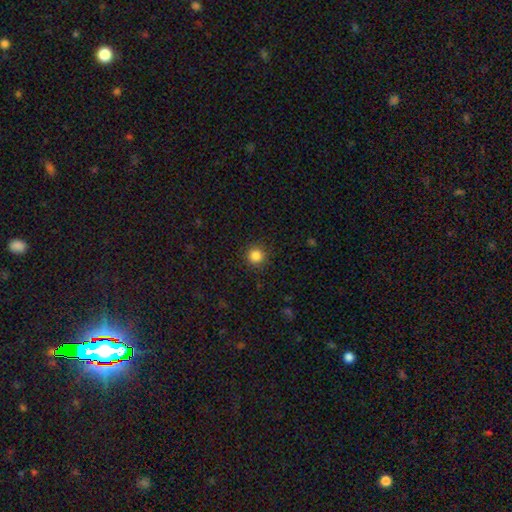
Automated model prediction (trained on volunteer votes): A smooth galaxy with no disk features (85%) that is round (95%).

Vote fractions:
- Smooth or featured? smooth: 85% / star or artifact: 11% / featured or disk: 4%
- How rounded? round: 95% / in between: 4% / cigar-shaped: 1%
- Merging? none: 91% / minor disturbance: 6% / major disturbance: 2% / merger: 1%